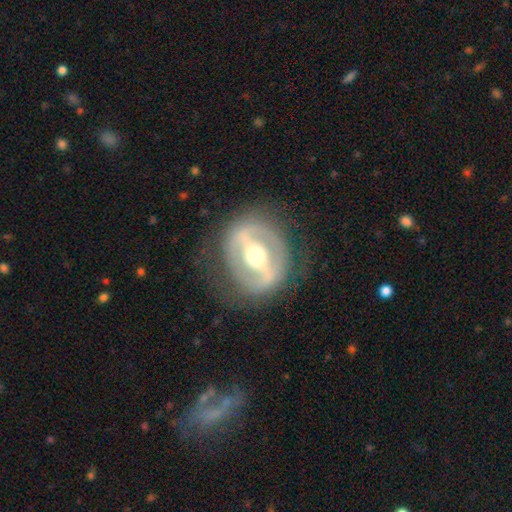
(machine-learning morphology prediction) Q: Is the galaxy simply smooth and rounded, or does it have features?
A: featured or disk — 80%.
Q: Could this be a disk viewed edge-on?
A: no — 91%.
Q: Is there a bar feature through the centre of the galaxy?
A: strong — 73%.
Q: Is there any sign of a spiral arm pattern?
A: no — 61%.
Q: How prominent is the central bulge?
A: moderate — 70%.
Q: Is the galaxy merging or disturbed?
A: none — 79%.